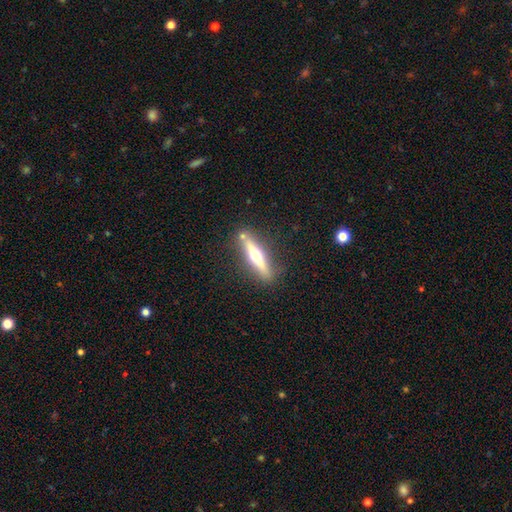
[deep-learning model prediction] Smooth or featured: featured or disk — 65% (smooth — 29%)
Edge-on disk: yes — 95% (no — 5%)
Edge-on bulge: rounded — 94% (none — 3%)
Merging: none — 83% (minor disturbance — 10%)